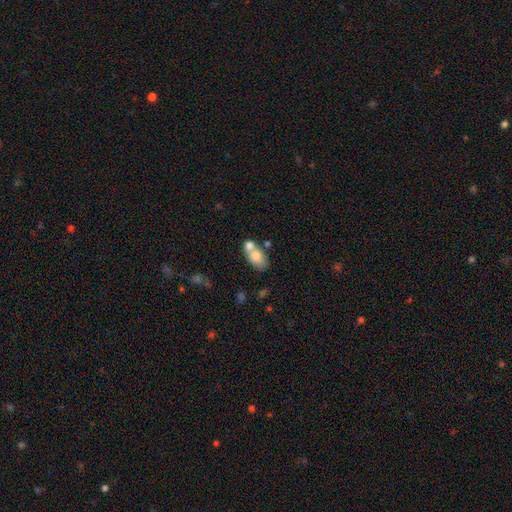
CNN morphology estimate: smooth 73%, featured or disk 19%, star or artifact 8%. Down the decision tree: how rounded — in between (86%); merging — merger (44%).